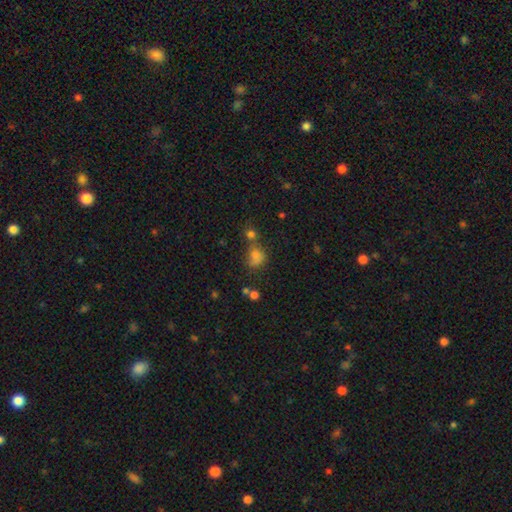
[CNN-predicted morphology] A smooth galaxy with no disk features (64%) that is round (60%).

Vote fractions:
- Smooth or featured? smooth: 64% / star or artifact: 26% / featured or disk: 10%
- How rounded? round: 60% / in between: 38% / cigar-shaped: 2%
- Merging? none: 45% / merger: 30% / minor disturbance: 15% / major disturbance: 10%